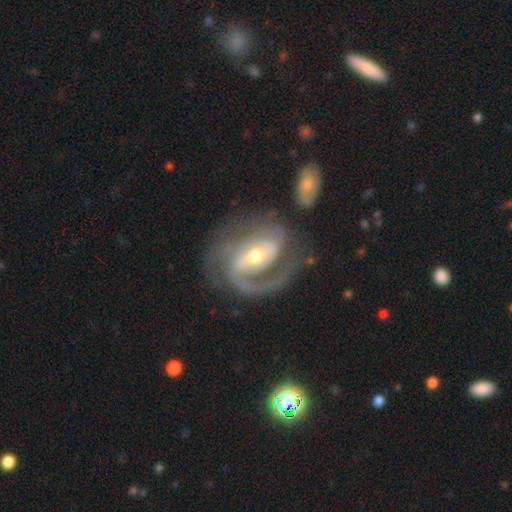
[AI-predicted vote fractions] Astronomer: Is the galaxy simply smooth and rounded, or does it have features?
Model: featured or disk — 89%.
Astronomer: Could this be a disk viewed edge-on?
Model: no — 97%.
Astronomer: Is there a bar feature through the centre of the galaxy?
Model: weak — 40% (runner-up: strong, 34%).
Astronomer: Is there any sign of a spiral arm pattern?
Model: yes — 96%.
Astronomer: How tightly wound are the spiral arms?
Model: medium — 44% (runner-up: tight, 43%).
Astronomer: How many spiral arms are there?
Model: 2 — 53%.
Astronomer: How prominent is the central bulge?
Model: moderate — 54% (runner-up: small, 41%).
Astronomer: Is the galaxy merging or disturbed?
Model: none — 60%.